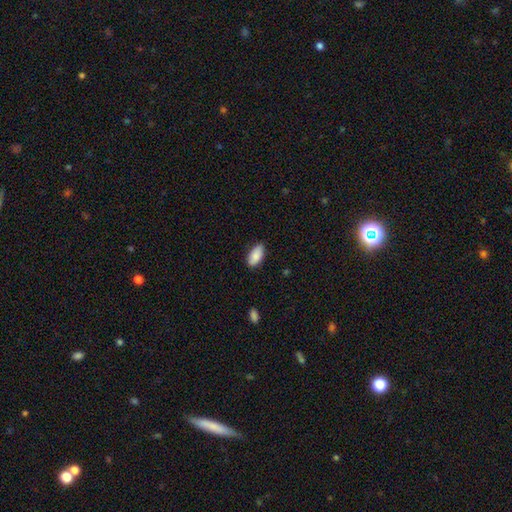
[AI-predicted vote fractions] Overall: smooth (87%). How rounded: in between (93%). Merging: none (82%).